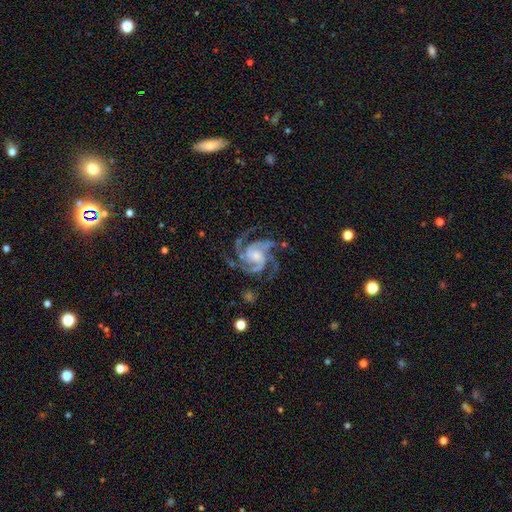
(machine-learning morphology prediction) featured or disk 94%, star or artifact 4%, smooth 2%. Down the decision tree: edge-on disk — no (98%); bar — no (67%); spiral arms — yes (99%); spiral arm count — 3 (50%); spiral winding — tight (48%); bulge size — small (44%); merging — none (73%).